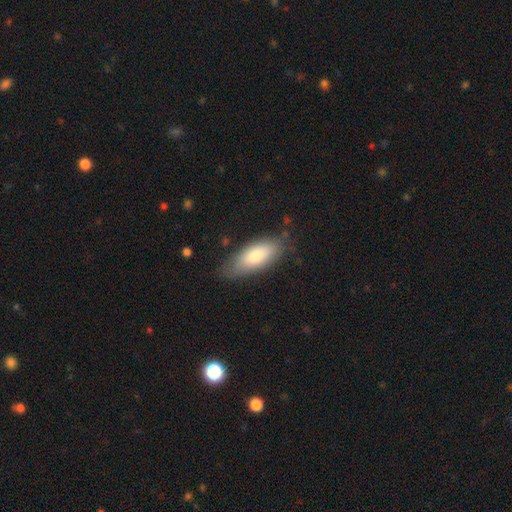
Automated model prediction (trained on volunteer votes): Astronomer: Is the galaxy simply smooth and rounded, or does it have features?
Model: smooth — 78%.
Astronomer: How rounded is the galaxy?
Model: in between — 78%.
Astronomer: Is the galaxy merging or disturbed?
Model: none — 75%.